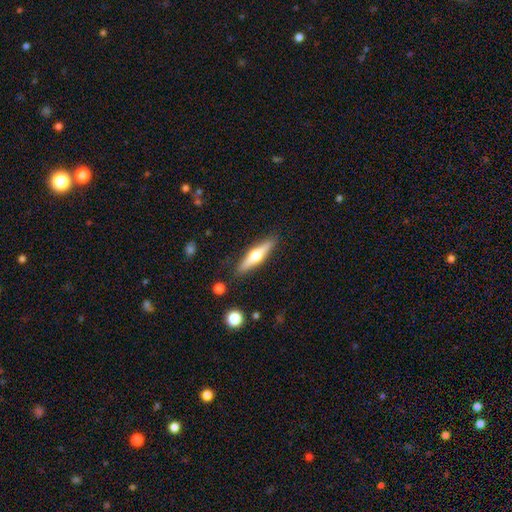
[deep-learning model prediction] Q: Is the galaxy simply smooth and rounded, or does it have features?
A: featured or disk — 63%.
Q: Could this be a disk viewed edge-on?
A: yes — 96%.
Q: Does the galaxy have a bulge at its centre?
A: rounded — 95%.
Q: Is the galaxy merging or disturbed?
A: none — 89%.